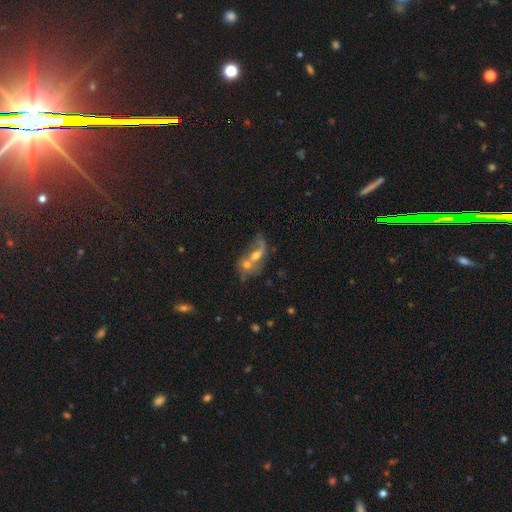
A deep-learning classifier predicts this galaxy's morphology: A featured or disk galaxy (55%) with no bar (61%), spiral arms (56%) and a moderate central bulge (55%).

Vote fractions:
- Smooth or featured? featured or disk: 55% / smooth: 32% / star or artifact: 12%
- Edge-on disk? no: 90% / yes: 10%
- Bar? no: 61% / weak: 29% / strong: 10%
- Spiral arms? yes: 56% / no: 44%
- Bulge size? moderate: 55% / small: 29% / large: 7% / none: 7% / dominant: 2%
- Merging? merger: 58% / none: 21% / major disturbance: 11% / minor disturbance: 10%